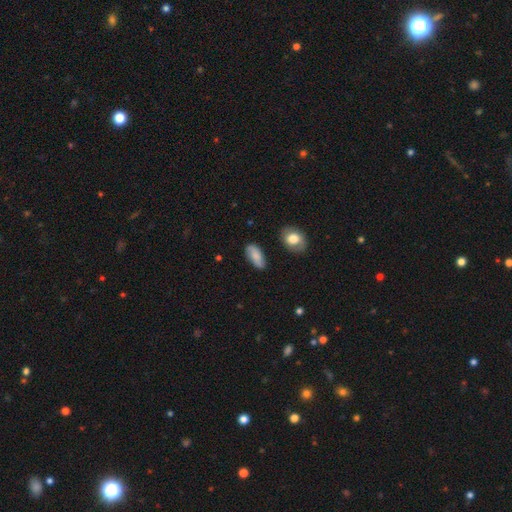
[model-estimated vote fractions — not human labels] This appears to be a smooth galaxy with no disk features (77%) that is in between round and cigar-shaped (88%). Merging: none (78%).